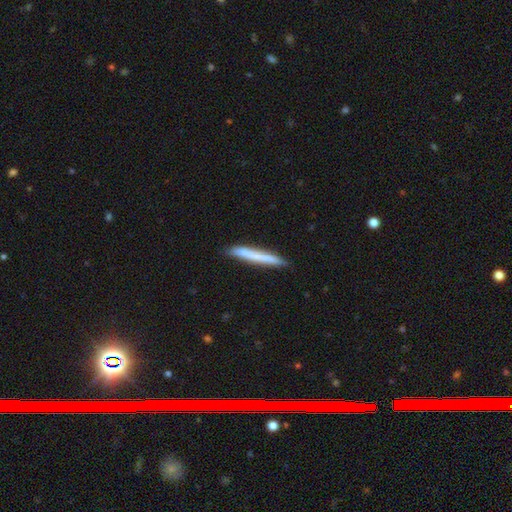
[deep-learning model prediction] smooth_or_featured: smooth (p=0.65) [alt: featured or disk p=0.30]
how_rounded: cigar-shaped (p=0.97) [alt: in between p=0.02]
merging: none (p=0.86) [alt: minor disturbance p=0.10]